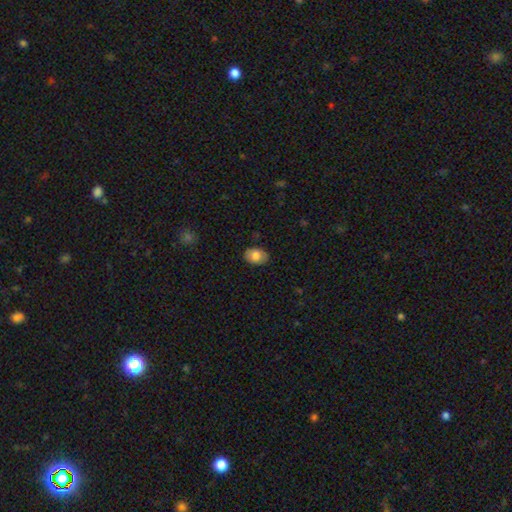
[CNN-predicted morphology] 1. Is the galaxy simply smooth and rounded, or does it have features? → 77% smooth, 16% featured or disk, 7% star or artifact.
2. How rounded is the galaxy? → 79% in between, 20% round, 1% cigar-shaped.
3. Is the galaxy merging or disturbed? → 86% none, 11% minor disturbance, 2% major disturbance, 1% merger.